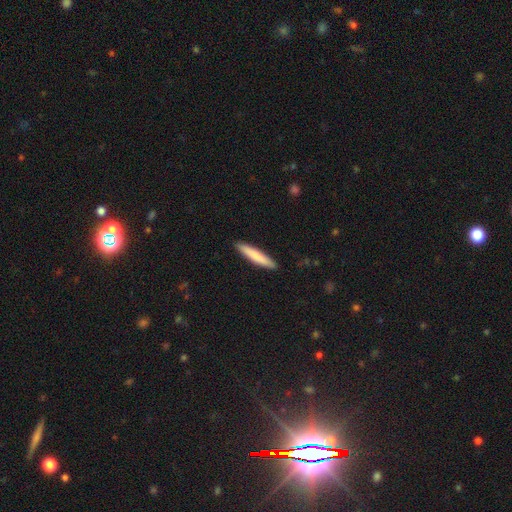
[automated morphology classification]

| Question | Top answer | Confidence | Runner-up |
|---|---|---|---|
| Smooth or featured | smooth | 79% | featured or disk (16%) |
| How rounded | cigar-shaped | 92% | in between (7%) |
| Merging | none | 91% | minor disturbance (7%) |